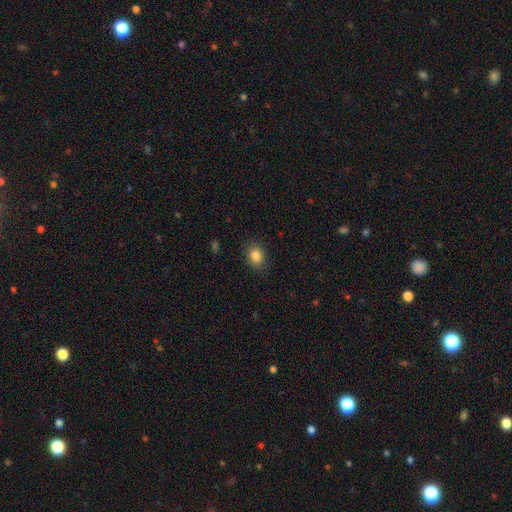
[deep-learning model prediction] Q: Smooth or featured?
A: smooth (84%); runner-up: star or artifact (10%)
Q: How rounded?
A: in between (57%); runner-up: round (42%)
Q: Merging?
A: none (86%); runner-up: minor disturbance (10%)